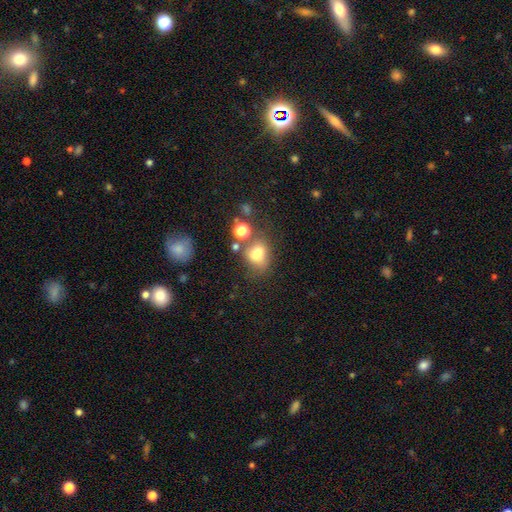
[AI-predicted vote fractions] smooth 72%, star or artifact 14%, featured or disk 14%. Down the decision tree: how rounded — in between (61%); merging — none (45%).